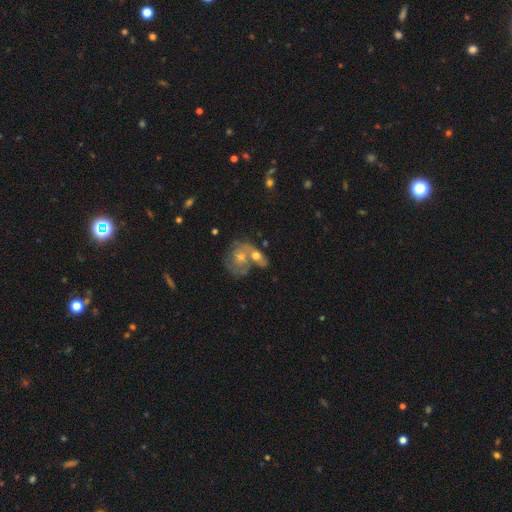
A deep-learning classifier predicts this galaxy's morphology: A featured or disk galaxy (48%).

Vote fractions:
- Smooth or featured? featured or disk: 48% / smooth: 44% / star or artifact: 8%
- Merging? merger: 59% / none: 23% / minor disturbance: 10% / major disturbance: 7%